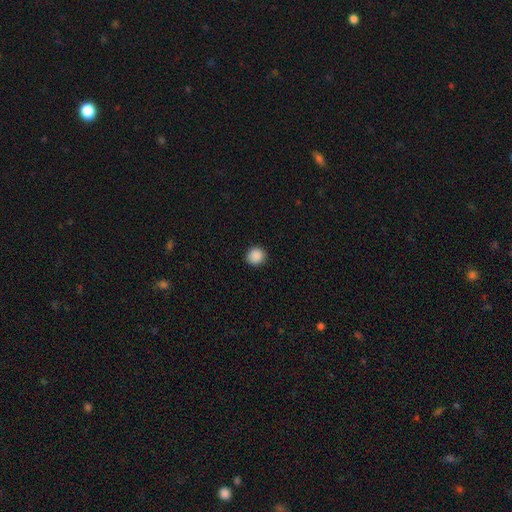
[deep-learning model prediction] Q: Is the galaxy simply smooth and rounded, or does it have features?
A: smooth — 89%.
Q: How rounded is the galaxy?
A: round — 92%.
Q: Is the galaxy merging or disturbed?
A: none — 91%.